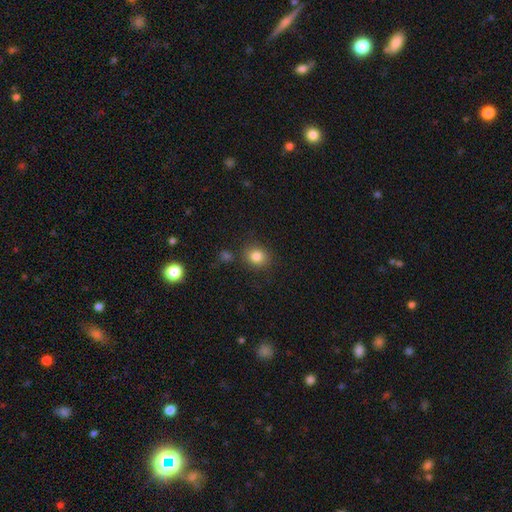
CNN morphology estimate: type=smooth (82%); roundness=round (75%); merging=none (82%).